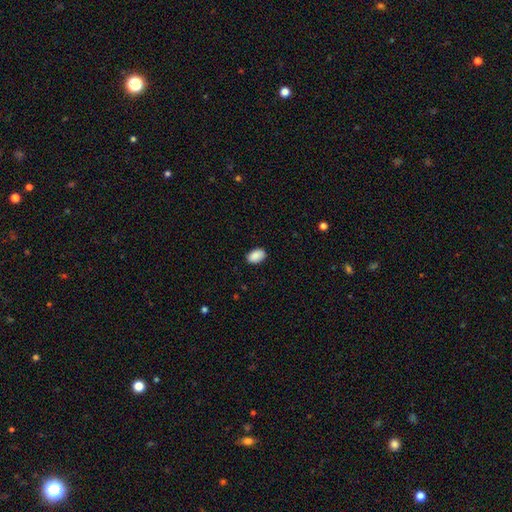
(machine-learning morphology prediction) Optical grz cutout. It shows a smooth galaxy with no disk features (90%) that is in between round and cigar-shaped (90%). Merging: none (87%).